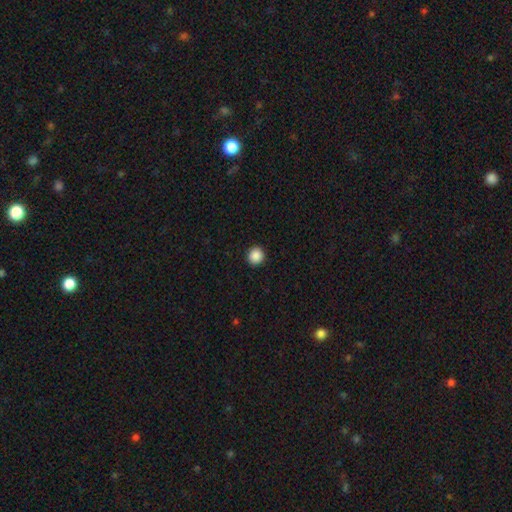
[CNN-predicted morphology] Smooth or featured?
  - smooth: 88% *
  - star or artifact: 9%
  - featured or disk: 3%
How rounded?
  - round: 93% *
  - in between: 6%
  - cigar-shaped: 1%
Merging?
  - none: 93% *
  - minor disturbance: 4%
  - major disturbance: 2%
  - merger: 1%